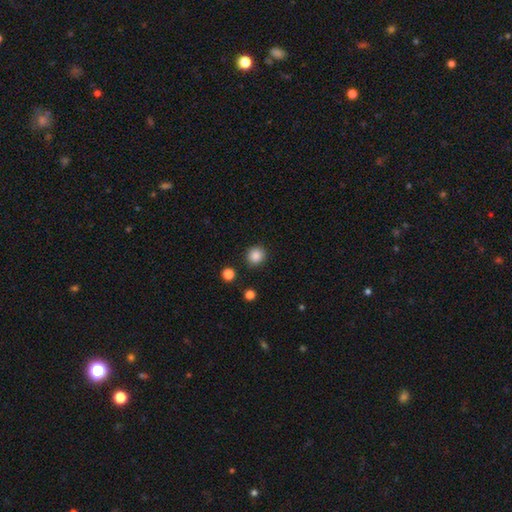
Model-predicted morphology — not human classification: Smooth or featured? Predicted: smooth (p=0.87). How rounded? Predicted: round (p=0.85). Merging? Predicted: none (p=0.90).